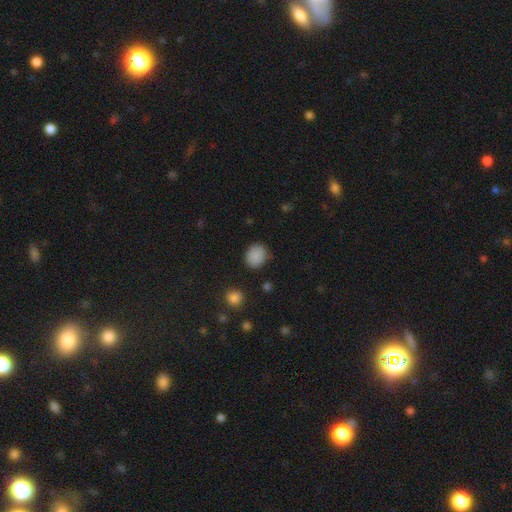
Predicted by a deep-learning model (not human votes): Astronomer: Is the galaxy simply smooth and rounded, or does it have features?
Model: smooth — 87%.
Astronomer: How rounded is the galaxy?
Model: round — 65%.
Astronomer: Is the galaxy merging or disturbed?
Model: none — 82%.